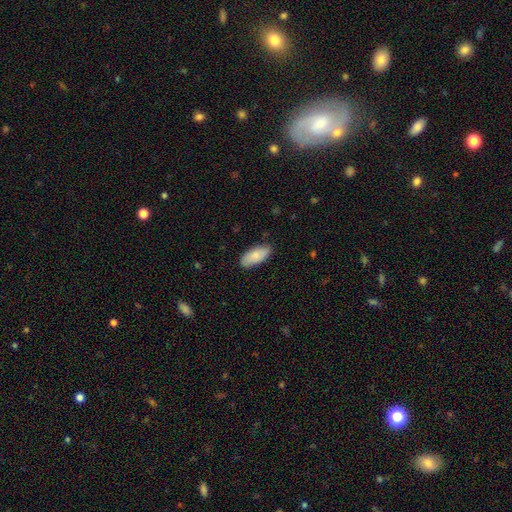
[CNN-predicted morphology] Q: Smooth or featured?
A: smooth (81%); runner-up: featured or disk (13%)
Q: How rounded?
A: in between (88%); runner-up: cigar-shaped (10%)
Q: Merging?
A: none (84%); runner-up: minor disturbance (13%)